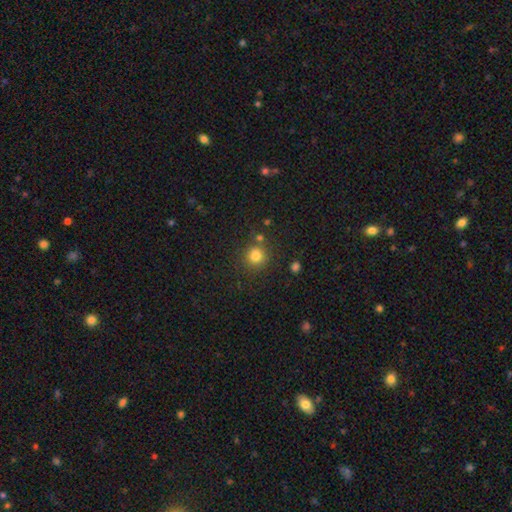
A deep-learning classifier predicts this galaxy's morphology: smooth-or-featured: smooth: 81% | star or artifact: 13% | featured or disk: 6%
  how-rounded: round: 91% | in between: 8% | cigar-shaped: 1%
  merging: none: 79% | minor disturbance: 10% | merger: 8% | major disturbance: 4%